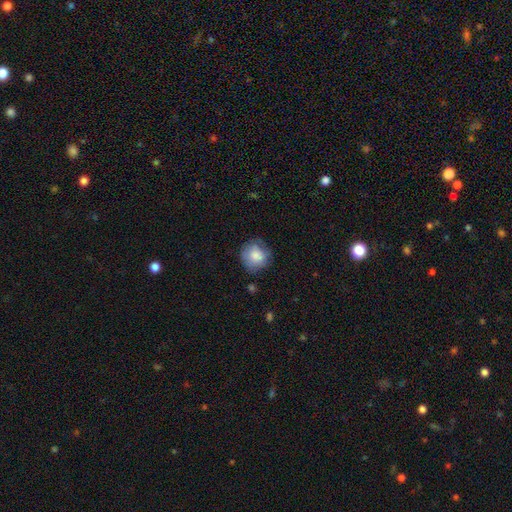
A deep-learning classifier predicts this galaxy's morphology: Smooth or featured?
  - smooth: 81% *
  - featured or disk: 12%
  - star or artifact: 8%
How rounded?
  - round: 88% *
  - in between: 11%
  - cigar-shaped: 1%
Merging?
  - none: 70% *
  - minor disturbance: 22%
  - major disturbance: 6%
  - merger: 2%